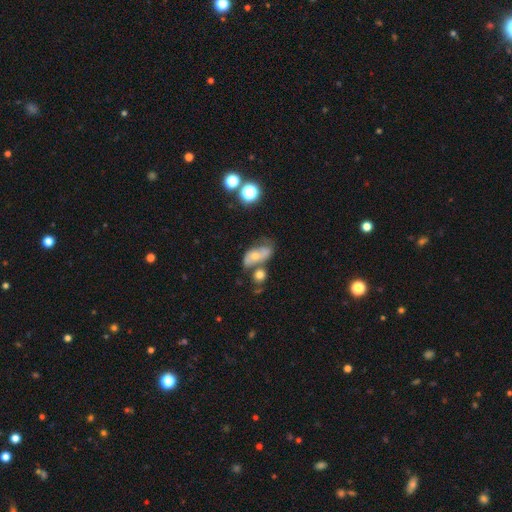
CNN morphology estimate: Smooth or featured: featured or disk — 46% (smooth — 43%)
Merging: none — 34% (merger — 31%)